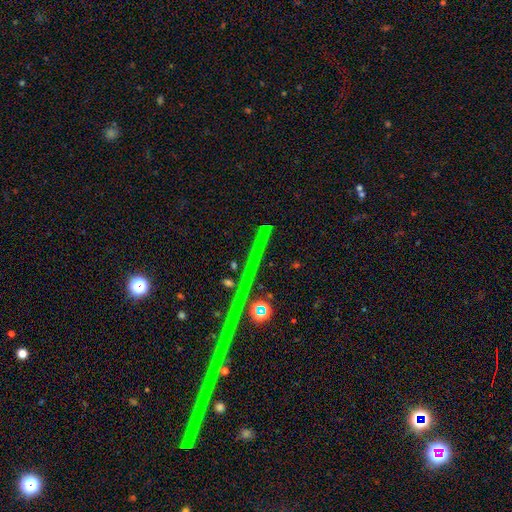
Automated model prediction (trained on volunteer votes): star or artifact 80%, featured or disk 12%, smooth 8%.